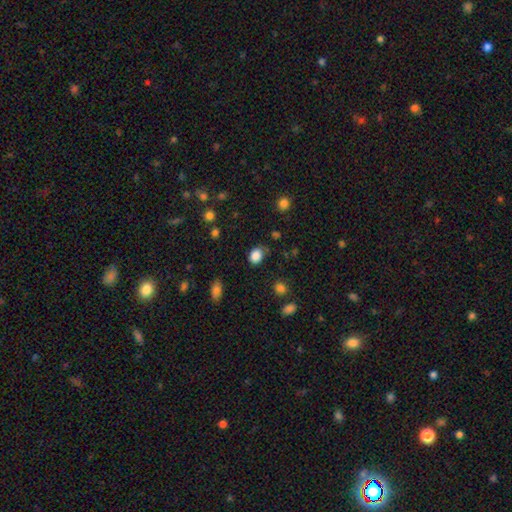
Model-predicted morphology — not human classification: Smooth or featured? smooth (85%)
How rounded? in between (57%)
Merging? none (71%)